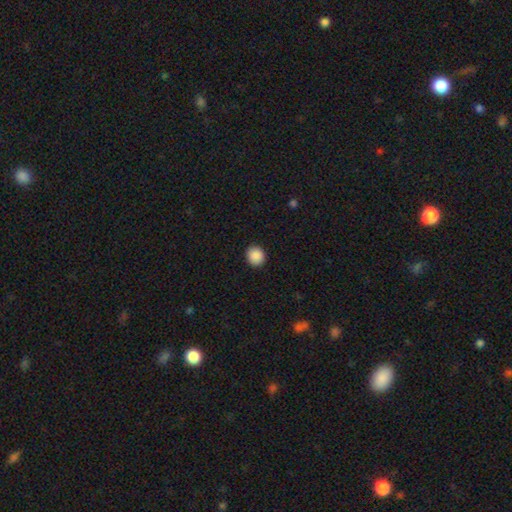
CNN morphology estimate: A smooth galaxy with no disk features (89%) that is round (80%).

Vote fractions:
- Smooth or featured? smooth: 89% / star or artifact: 8% / featured or disk: 3%
- How rounded? round: 80% / in between: 19% / cigar-shaped: 1%
- Merging? none: 92% / minor disturbance: 5% / major disturbance: 2% / merger: 1%